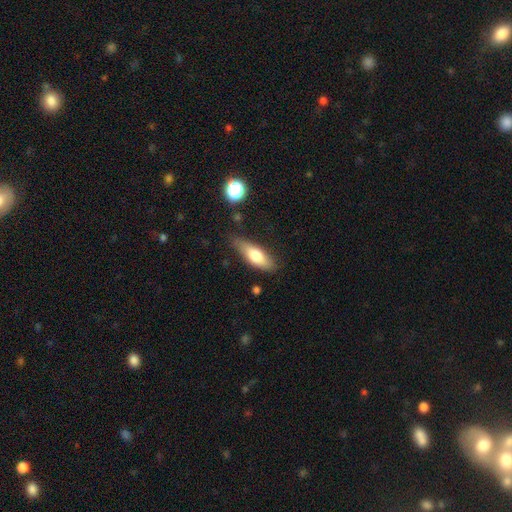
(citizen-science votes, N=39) Q: Smooth or featured?
A: smooth (77%); runner-up: featured or disk (21%)
Q: How rounded?
A: in between (67%); runner-up: cigar-shaped (30%)
Q: Merging?
A: none (71%); runner-up: minor disturbance (24%)